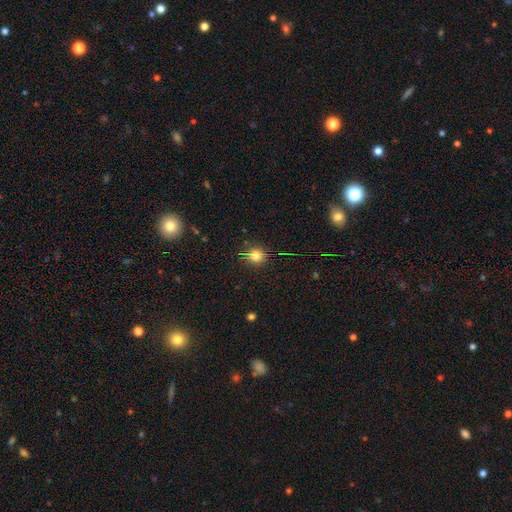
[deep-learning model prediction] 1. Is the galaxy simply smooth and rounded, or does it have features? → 81% smooth, 14% star or artifact, 6% featured or disk.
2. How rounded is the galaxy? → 90% round, 9% in between, 1% cigar-shaped.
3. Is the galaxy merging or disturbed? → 87% none, 9% minor disturbance, 2% major disturbance, 2% merger.